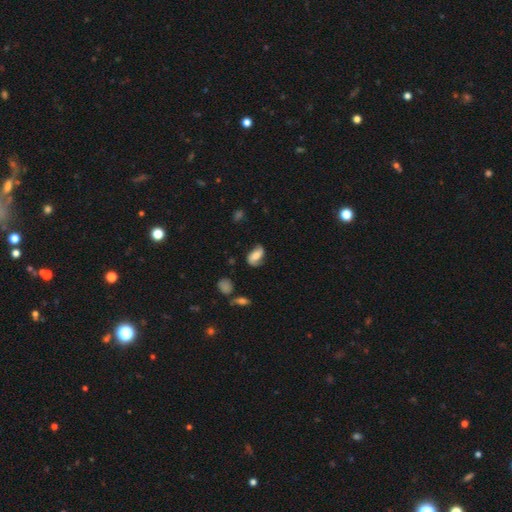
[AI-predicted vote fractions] Q: Smooth or featured?
A: featured or disk (46%); runner-up: smooth (45%)
Q: Merging?
A: none (60%); runner-up: minor disturbance (26%)